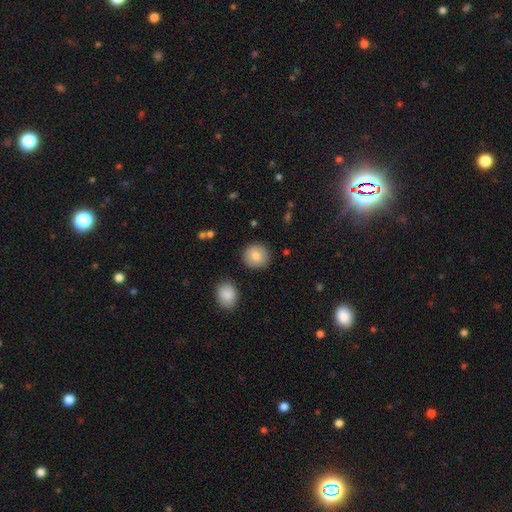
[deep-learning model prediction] Overall: smooth (83%). How rounded: round (91%). Merging: none (89%).